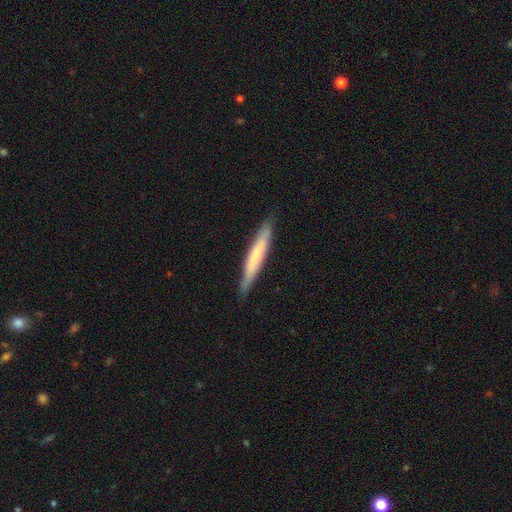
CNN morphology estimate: smooth-or-featured: smooth: 60% | featured or disk: 35% | star or artifact: 5%
  how-rounded: cigar-shaped: 94% | in between: 5% | round: 1%
  merging: none: 87% | minor disturbance: 11% | major disturbance: 2% | merger: 1%